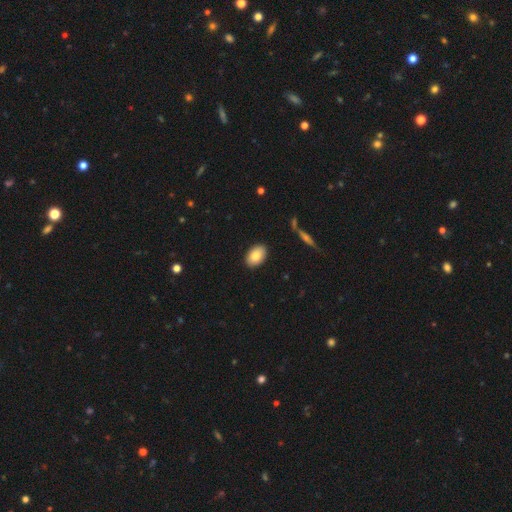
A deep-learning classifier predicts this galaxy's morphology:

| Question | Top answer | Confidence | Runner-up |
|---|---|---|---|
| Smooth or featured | smooth | 83% | featured or disk (10%) |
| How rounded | in between | 89% | round (10%) |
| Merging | none | 89% | minor disturbance (8%) |